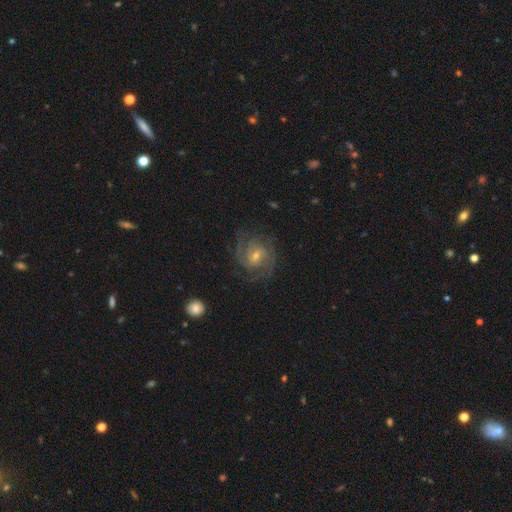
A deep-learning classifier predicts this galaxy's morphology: type=featured or disk (86%); edge-on=no (98%); bar=weak (51%); spiral arms=yes (97%); winding=tight (47%); arm count=2 (39%); bulge=small (55%); merging=none (76%).